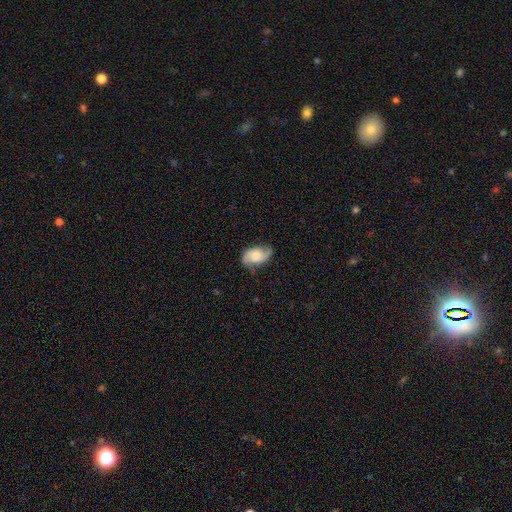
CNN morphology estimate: featured or disk 69%, smooth 24%, star or artifact 7%. Down the decision tree: edge-on disk — no (97%); bar — no (60%); spiral arms — yes (94%); spiral arm count — 2 (89%); spiral winding — medium (43%); bulge size — moderate (46%); merging — none (72%).